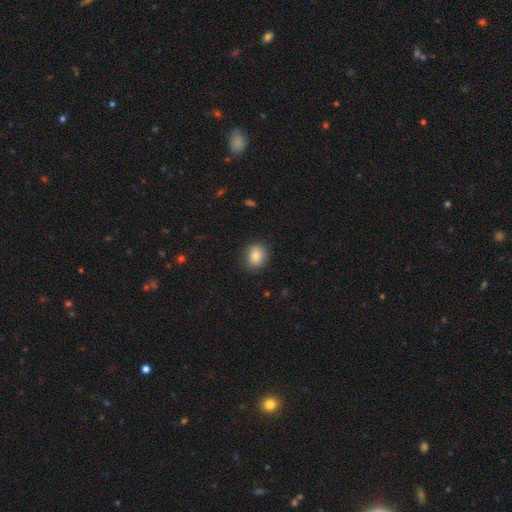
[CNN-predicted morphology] This appears to be a smooth galaxy with no disk features (83%) that is round (64%). Merging: none (86%).